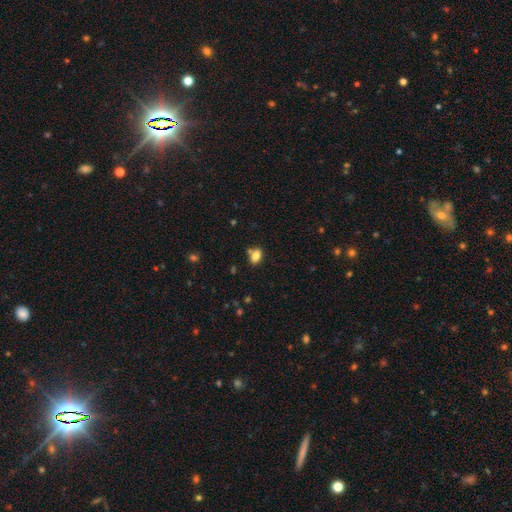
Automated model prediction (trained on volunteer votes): The model was most divided on "merging": none: 62%, merger: 17%, minor disturbance: 17%, major disturbance: 4%. More confident: smooth or featured — smooth (82%); how rounded — in between (81%).